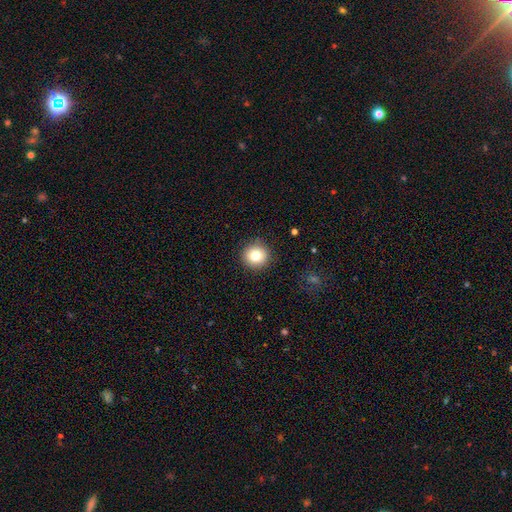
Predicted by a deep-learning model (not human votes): Smooth or featured? Predicted: smooth (p=0.80). How rounded? Predicted: round (p=0.94). Merging? Predicted: none (p=0.91).